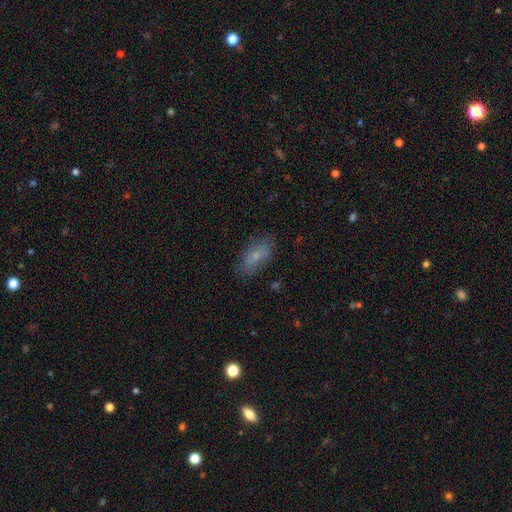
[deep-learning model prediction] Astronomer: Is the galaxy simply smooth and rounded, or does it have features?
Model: smooth — 66%.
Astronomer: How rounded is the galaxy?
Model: in between — 85%.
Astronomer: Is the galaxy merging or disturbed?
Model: none — 76%.